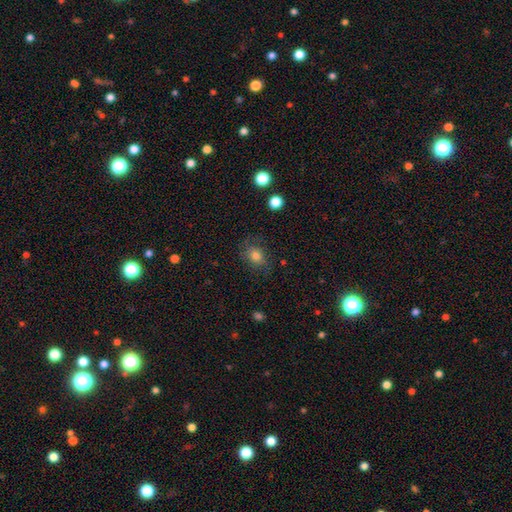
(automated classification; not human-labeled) Q: Smooth or featured?
A: smooth (75%); runner-up: featured or disk (12%)
Q: How rounded?
A: round (55%); runner-up: in between (44%)
Q: Merging?
A: none (73%); runner-up: minor disturbance (18%)